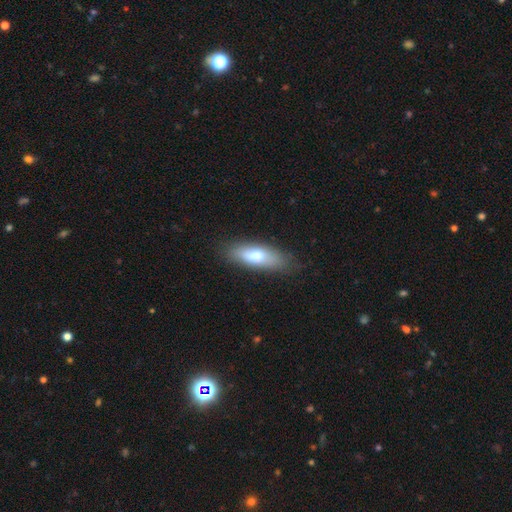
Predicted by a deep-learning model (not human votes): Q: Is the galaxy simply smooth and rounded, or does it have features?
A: smooth — 72%.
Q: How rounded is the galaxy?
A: in between — 60%.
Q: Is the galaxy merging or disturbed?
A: none — 79%.